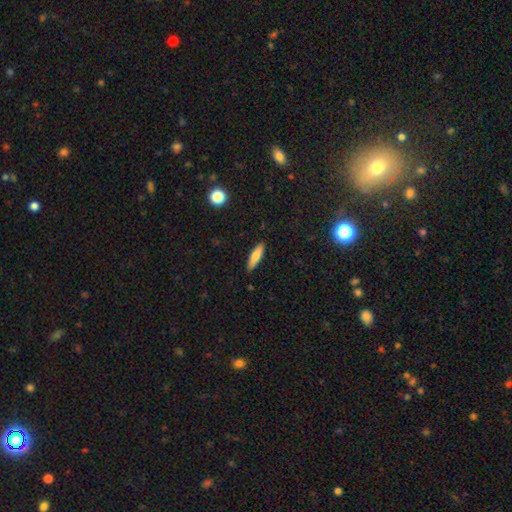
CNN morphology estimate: Smooth or featured? smooth (77%)
How rounded? cigar-shaped (62%)
Merging? none (89%)